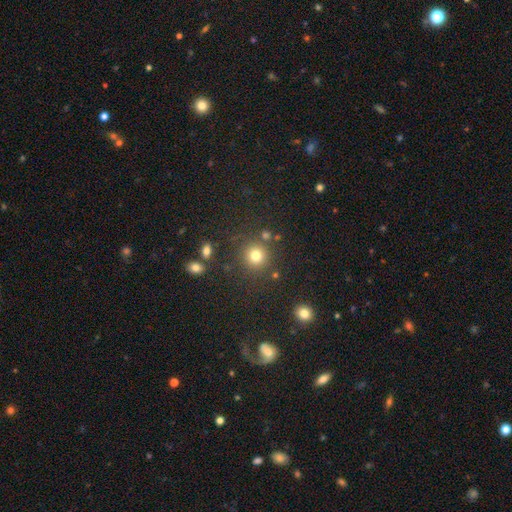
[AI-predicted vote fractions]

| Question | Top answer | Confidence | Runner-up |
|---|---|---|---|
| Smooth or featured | smooth | 79% | star or artifact (15%) |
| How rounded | round | 92% | in between (7%) |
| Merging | none | 82% | minor disturbance (8%) |